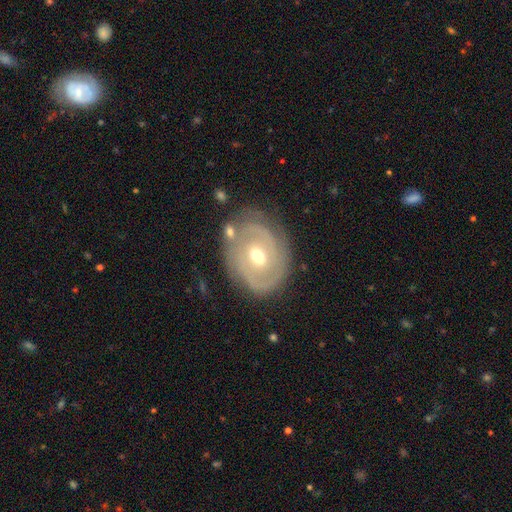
A featured or disk galaxy (87%) with a weak bar (52%), 2 (79%) tight (61%) spiral arms (85%) and a moderate central bulge (67%). Merging: none (86%).